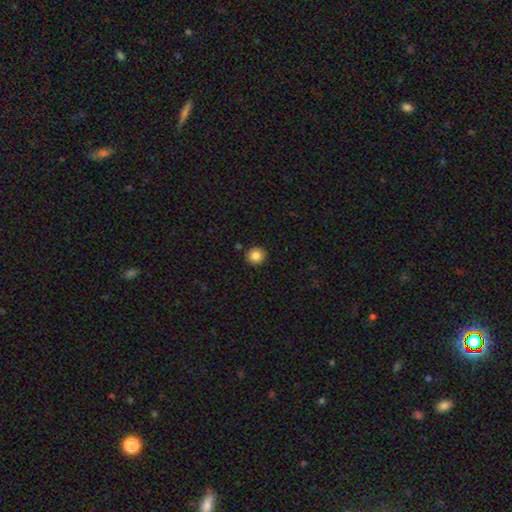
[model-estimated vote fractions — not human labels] Q: Smooth or featured?
A: smooth (84%); runner-up: star or artifact (10%)
Q: How rounded?
A: round (93%); runner-up: in between (6%)
Q: Merging?
A: none (91%); runner-up: minor disturbance (6%)